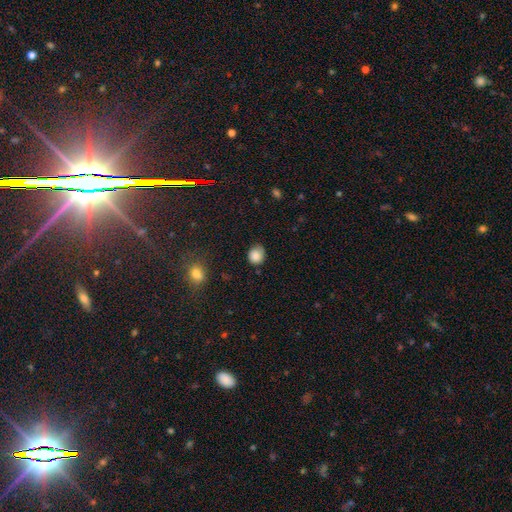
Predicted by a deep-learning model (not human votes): Smooth or featured?
  - smooth: 84% *
  - star or artifact: 10%
  - featured or disk: 6%
How rounded?
  - round: 76% *
  - in between: 23%
  - cigar-shaped: 1%
Merging?
  - none: 70% *
  - minor disturbance: 23%
  - major disturbance: 5%
  - merger: 2%